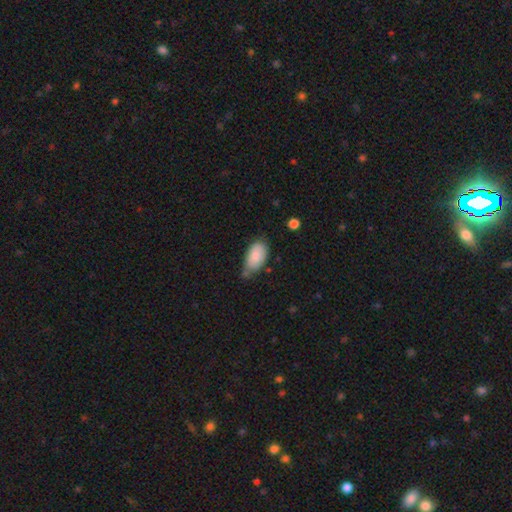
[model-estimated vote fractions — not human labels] Smooth or featured? Predicted: smooth (p=0.85). How rounded? Predicted: in between (p=0.94). Merging? Predicted: none (p=0.53).